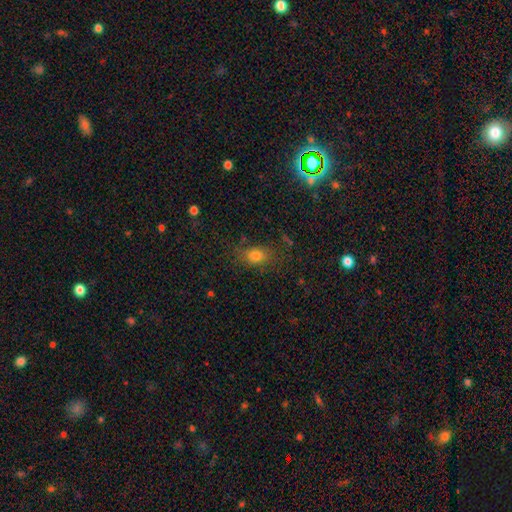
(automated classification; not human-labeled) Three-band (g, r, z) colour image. It shows a smooth galaxy with no disk features (76%) that is in between round and cigar-shaped (64%). Merging: none (74%).